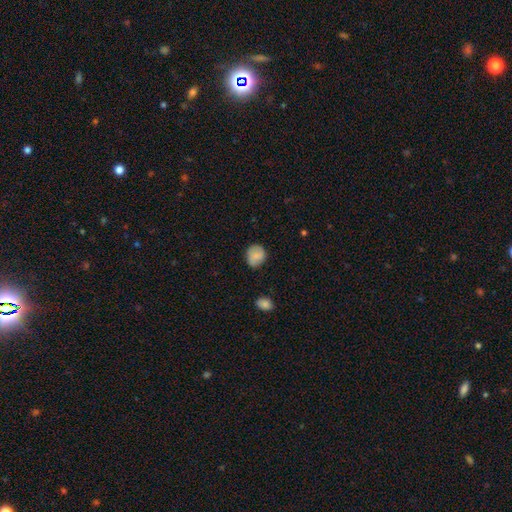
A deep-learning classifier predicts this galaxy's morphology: Smooth or featured: smooth — 83% (featured or disk — 9%)
How rounded: round — 75% (in between — 24%)
Merging: none — 79% (minor disturbance — 16%)